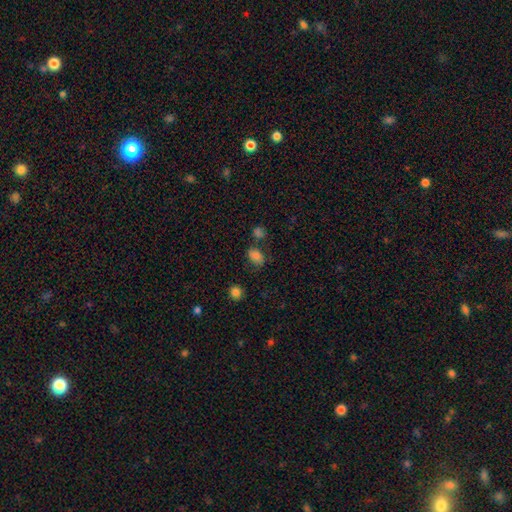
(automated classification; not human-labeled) smooth 80%, star or artifact 13%, featured or disk 8%. Down the decision tree: how rounded — in between (76%); merging — none (60%).